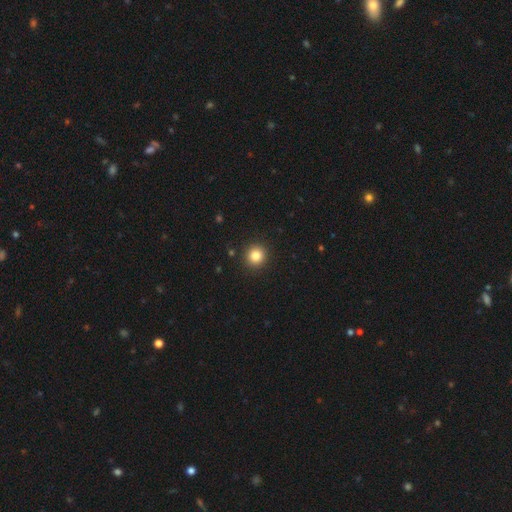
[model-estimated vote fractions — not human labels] Smooth or featured: smooth — 83% (star or artifact — 11%)
How rounded: round — 93% (in between — 6%)
Merging: none — 92% (minor disturbance — 5%)